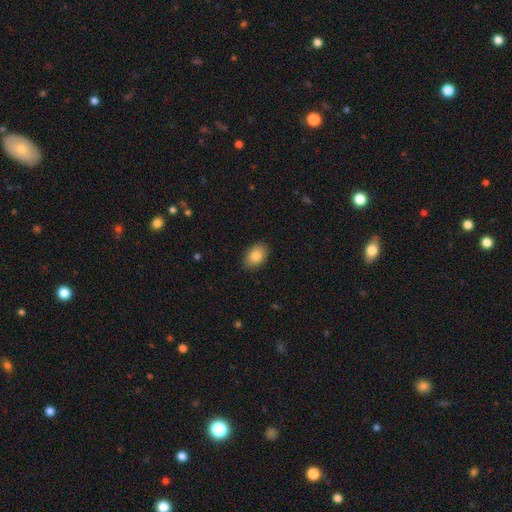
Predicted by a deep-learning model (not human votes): Smooth or featured? smooth (86%)
How rounded? in between (86%)
Merging? none (86%)